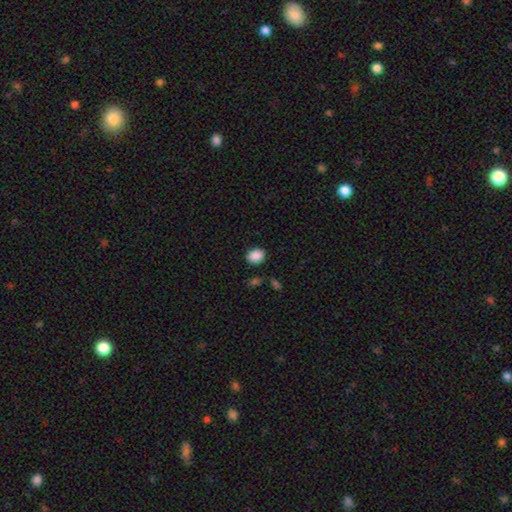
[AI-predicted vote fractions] Smooth or featured?
  - smooth: 89% *
  - star or artifact: 8%
  - featured or disk: 3%
How rounded?
  - in between: 55% *
  - round: 44%
  - cigar-shaped: 1%
Merging?
  - none: 87% *
  - minor disturbance: 8%
  - major disturbance: 2%
  - merger: 2%